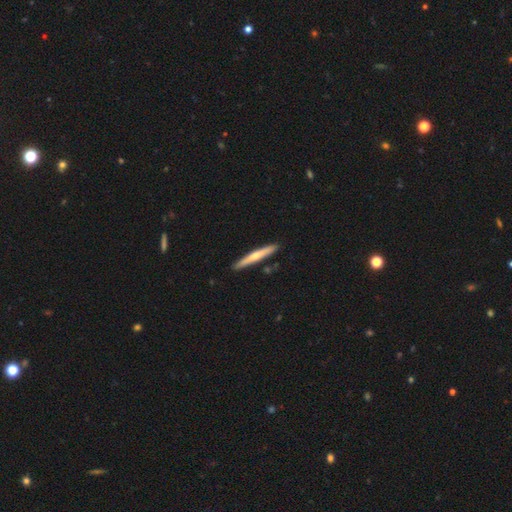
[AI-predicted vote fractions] A smooth galaxy with no disk features (49%).

Vote fractions:
- Smooth or featured? smooth: 49% / featured or disk: 46% / star or artifact: 5%
- Merging? none: 88% / minor disturbance: 8% / merger: 2% / major disturbance: 1%